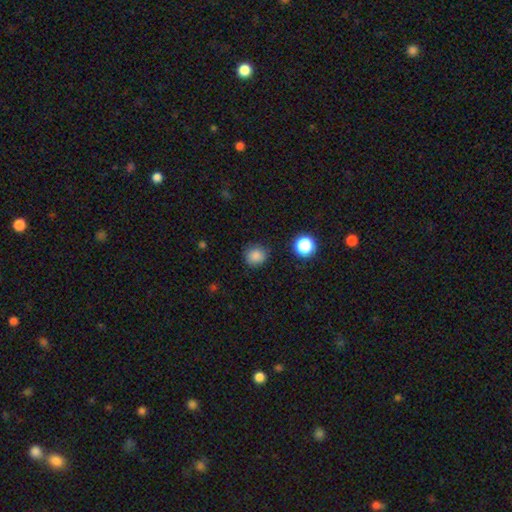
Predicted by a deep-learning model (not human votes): Smooth or featured? Predicted: smooth (p=0.84). How rounded? Predicted: round (p=0.88). Merging? Predicted: none (p=0.85).